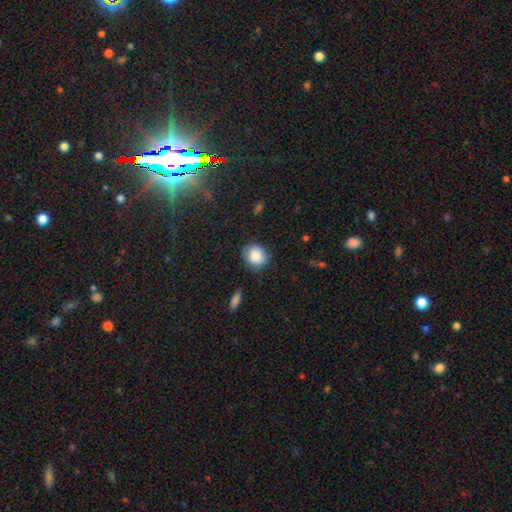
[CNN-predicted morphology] Smooth or featured? Predicted: smooth (p=0.84). How rounded? Predicted: round (p=0.77). Merging? Predicted: none (p=0.79).